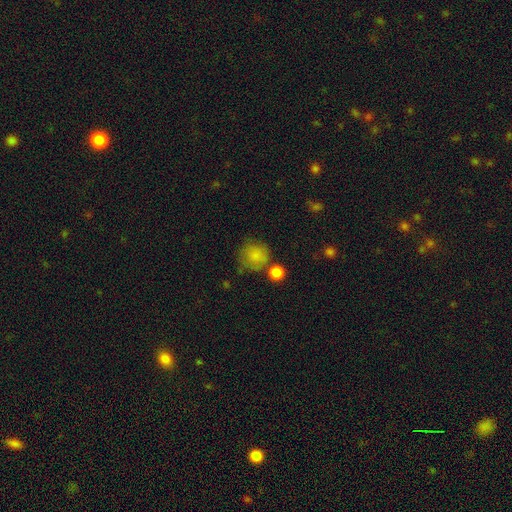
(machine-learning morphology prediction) type=smooth (81%); roundness=round (87%); merging=none (62%).